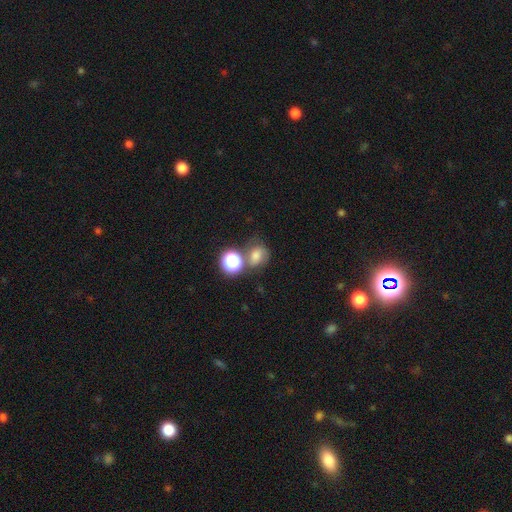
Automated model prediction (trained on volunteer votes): Q: Smooth or featured?
A: smooth (65%); runner-up: star or artifact (18%)
Q: How rounded?
A: round (58%); runner-up: in between (41%)
Q: Merging?
A: none (49%); runner-up: merger (26%)